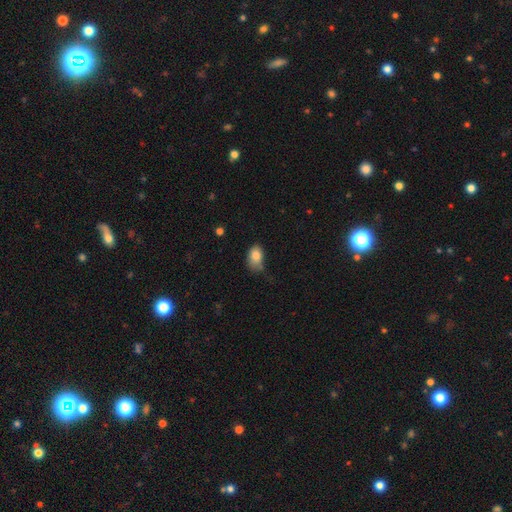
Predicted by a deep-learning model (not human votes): A smooth galaxy with no disk features (82%) that is in between round and cigar-shaped (82%). Merging: none (45%).